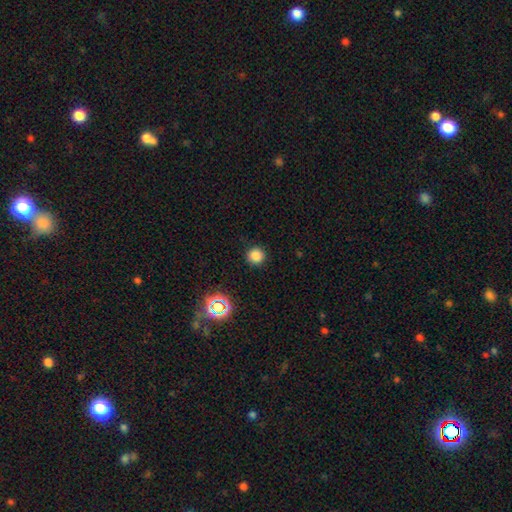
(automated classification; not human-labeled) smooth_or_featured: smooth (p=0.81) [alt: star or artifact p=0.15]
how_rounded: round (p=0.94) [alt: in between p=0.05]
merging: none (p=0.91) [alt: minor disturbance p=0.06]